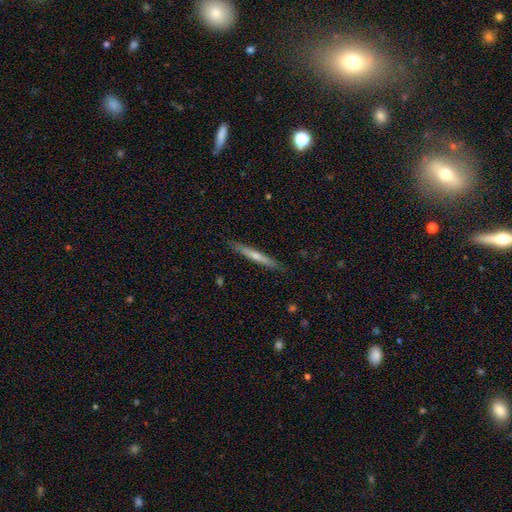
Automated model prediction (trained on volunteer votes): Smooth or featured? Predicted: smooth (p=0.53). How rounded? Predicted: cigar-shaped (p=0.96). Merging? Predicted: none (p=0.86).